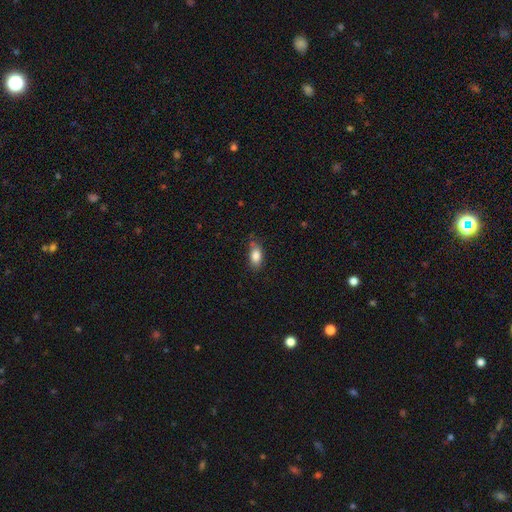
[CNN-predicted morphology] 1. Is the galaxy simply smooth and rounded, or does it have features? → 85% smooth, 8% star or artifact, 8% featured or disk.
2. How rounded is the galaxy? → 88% in between, 6% round, 5% cigar-shaped.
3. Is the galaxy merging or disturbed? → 73% none, 21% minor disturbance, 4% major disturbance, 2% merger.